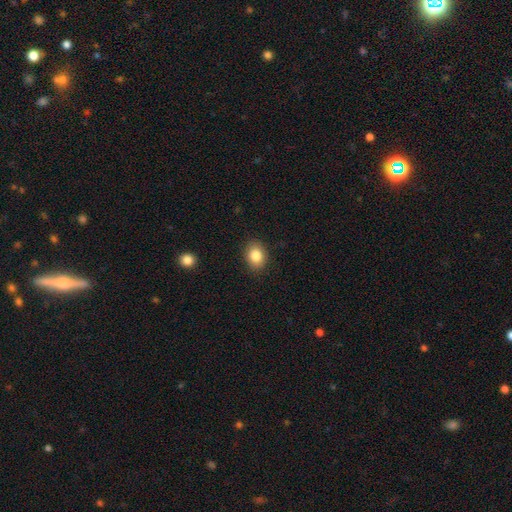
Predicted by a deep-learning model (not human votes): smooth_or_featured: smooth (p=0.84) [alt: star or artifact p=0.09]
how_rounded: in between (p=0.61) [alt: round p=0.38]
merging: none (p=0.88) [alt: minor disturbance p=0.09]